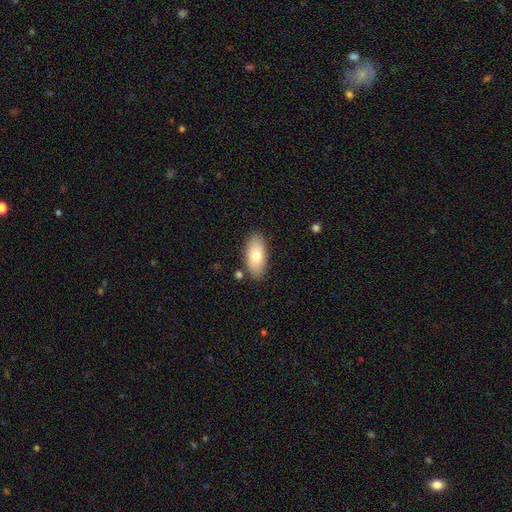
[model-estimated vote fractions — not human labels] The model was most divided on "smooth or featured": smooth: 74%, featured or disk: 19%, star or artifact: 7%. More confident: how rounded — in between (91%); merging — none (84%).